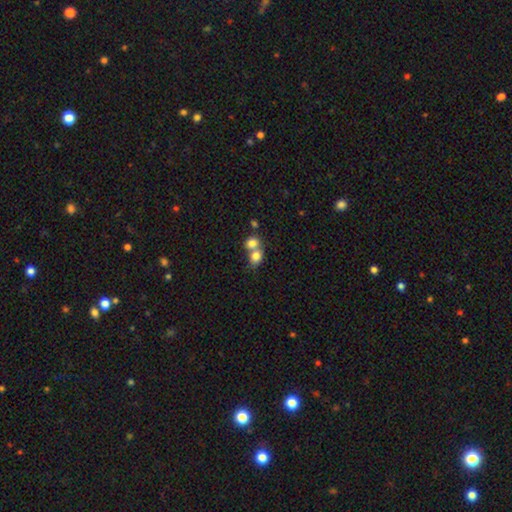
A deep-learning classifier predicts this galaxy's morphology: A smooth galaxy with no disk features (80%) that is round (56%).

Vote fractions:
- Smooth or featured? smooth: 80% / featured or disk: 11% / star or artifact: 9%
- How rounded? round: 56% / in between: 43% / cigar-shaped: 1%
- Merging? merger: 64% / none: 27% / minor disturbance: 6% / major disturbance: 3%